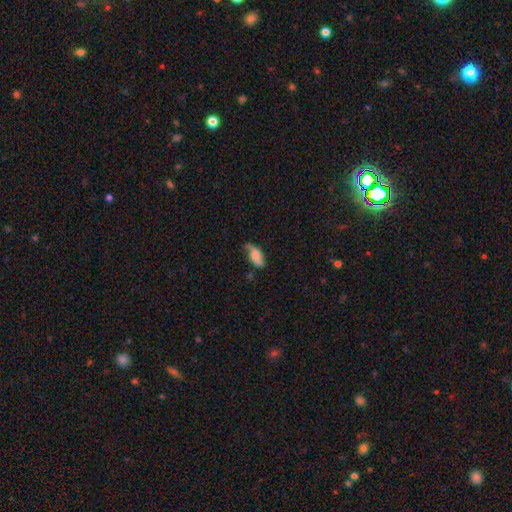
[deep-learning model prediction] Smooth or featured? smooth (58%)
How rounded? in between (87%)
Merging? none (47%)